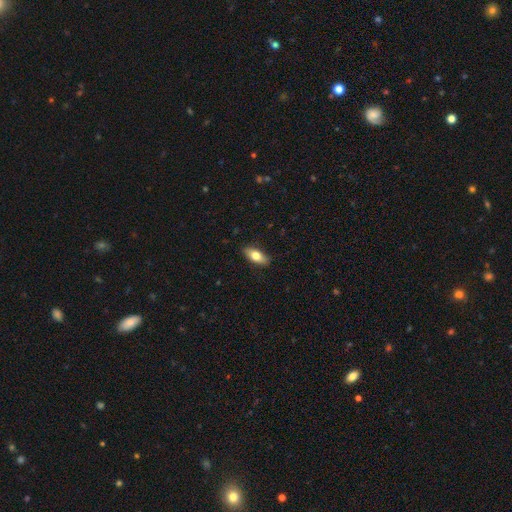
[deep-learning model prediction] Q: Smooth or featured?
A: smooth (73%); runner-up: featured or disk (21%)
Q: How rounded?
A: in between (81%); runner-up: cigar-shaped (16%)
Q: Merging?
A: none (87%); runner-up: minor disturbance (10%)